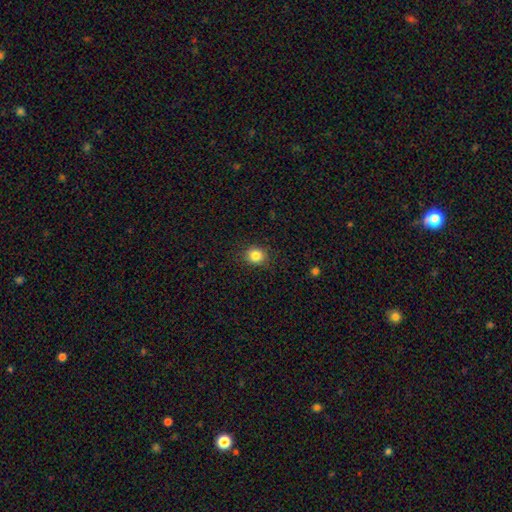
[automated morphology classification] type=smooth (84%); roundness=round (77%); merging=none (87%).